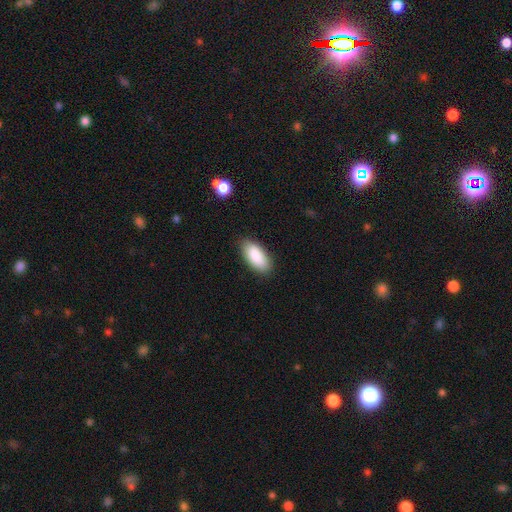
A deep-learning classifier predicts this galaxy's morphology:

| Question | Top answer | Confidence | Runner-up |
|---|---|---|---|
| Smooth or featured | smooth | 88% | featured or disk (6%) |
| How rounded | in between | 90% | cigar-shaped (8%) |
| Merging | none | 86% | minor disturbance (11%) |